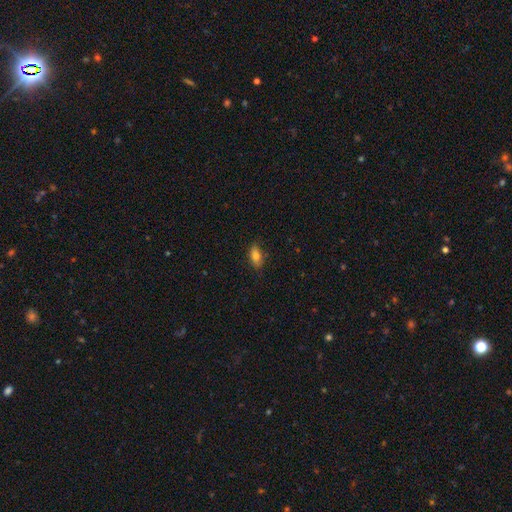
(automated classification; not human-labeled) smooth-or-featured: smooth: 79% | featured or disk: 12% | star or artifact: 9%
  how-rounded: in between: 84% | cigar-shaped: 11% | round: 5%
  merging: none: 81% | minor disturbance: 15% | major disturbance: 3% | merger: 1%